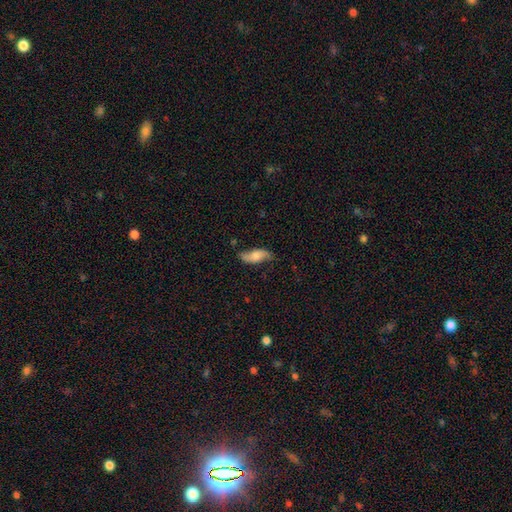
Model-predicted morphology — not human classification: A smooth galaxy with no disk features (55%) that is in between round and cigar-shaped (79%).

Vote fractions:
- Smooth or featured? smooth: 55% / featured or disk: 37% / star or artifact: 7%
- How rounded? in between: 79% / cigar-shaped: 18% / round: 3%
- Merging? none: 65% / minor disturbance: 25% / major disturbance: 7% / merger: 3%